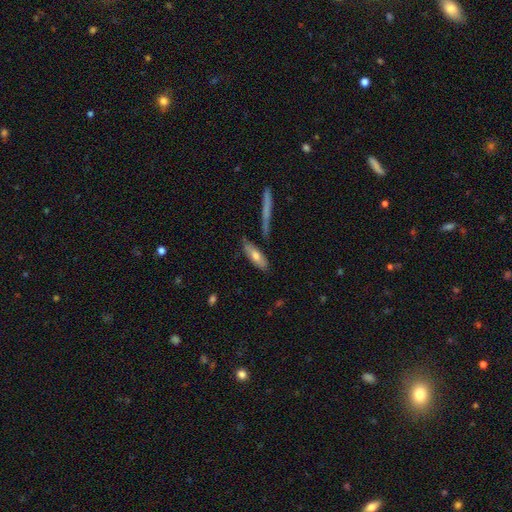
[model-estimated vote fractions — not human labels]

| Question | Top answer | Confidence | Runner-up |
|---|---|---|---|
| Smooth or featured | smooth | 66% | featured or disk (28%) |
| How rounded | in between | 57% | cigar-shaped (41%) |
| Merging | none | 75% | minor disturbance (14%) |